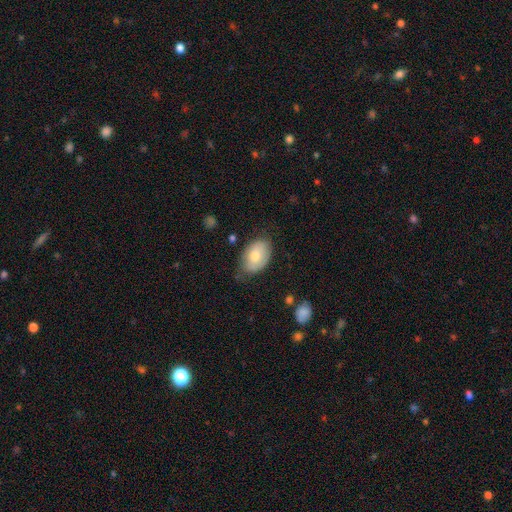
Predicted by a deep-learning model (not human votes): The model was most divided on "merging": none: 64%, minor disturbance: 28%, major disturbance: 6%, merger: 2%. More confident: how rounded — in between (89%); smooth or featured — smooth (71%).